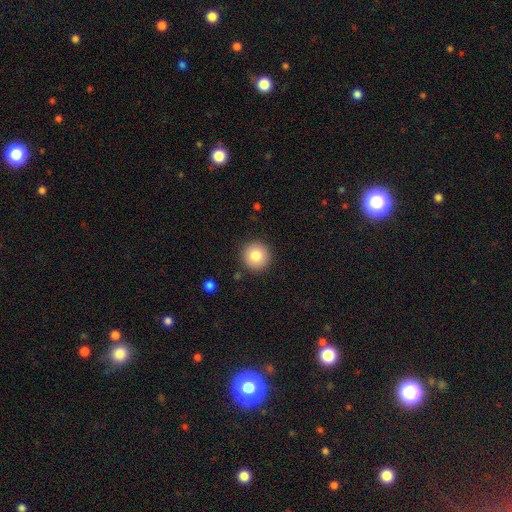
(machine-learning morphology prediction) Smooth or featured?
  - smooth: 81% *
  - star or artifact: 10%
  - featured or disk: 9%
How rounded?
  - round: 96% *
  - in between: 3%
  - cigar-shaped: 1%
Merging?
  - none: 91% *
  - minor disturbance: 6%
  - major disturbance: 2%
  - merger: 1%